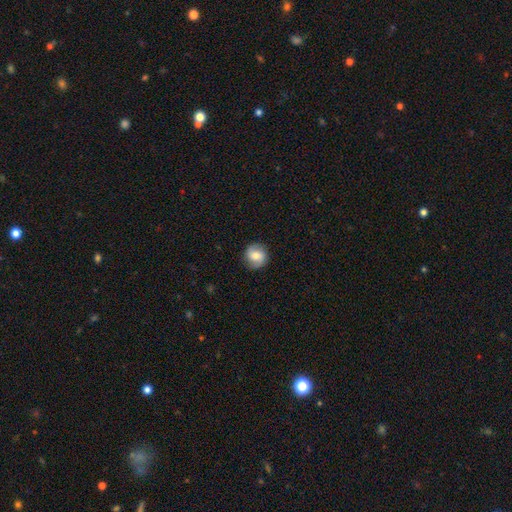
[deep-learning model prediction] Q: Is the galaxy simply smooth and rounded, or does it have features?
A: smooth — 58%.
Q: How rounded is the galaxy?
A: round — 86%.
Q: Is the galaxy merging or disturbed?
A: none — 86%.